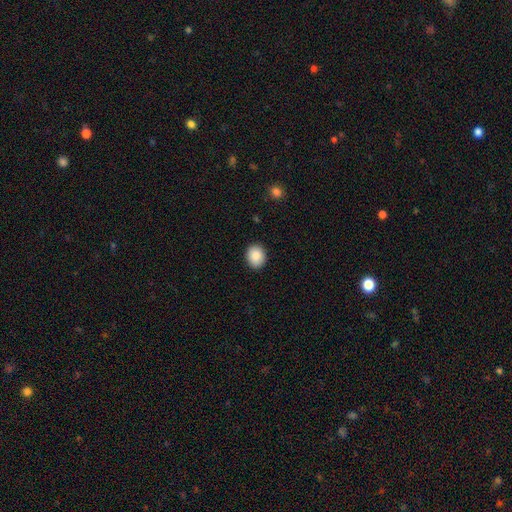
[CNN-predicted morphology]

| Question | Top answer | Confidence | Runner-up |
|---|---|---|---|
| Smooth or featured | smooth | 88% | star or artifact (8%) |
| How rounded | round | 59% | in between (40%) |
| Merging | none | 90% | minor disturbance (7%) |